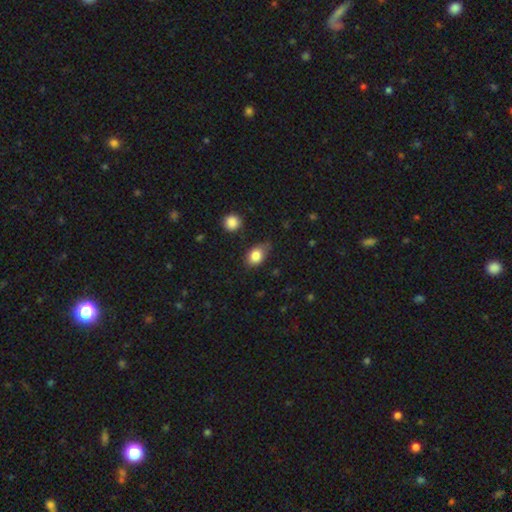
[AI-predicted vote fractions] The model was most divided on "merging": none: 60%, minor disturbance: 31%, major disturbance: 6%, merger: 2%. More confident: smooth or featured — smooth (83%); how rounded — in between (70%).